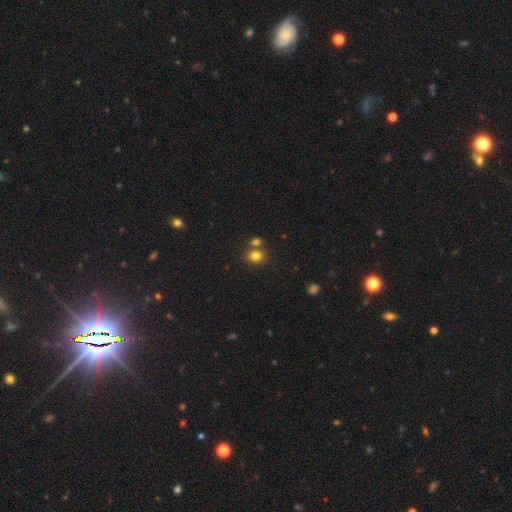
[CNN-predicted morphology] This is likely a smooth galaxy (79%). How rounded: likely round (66%). Merging: likely none (62%).